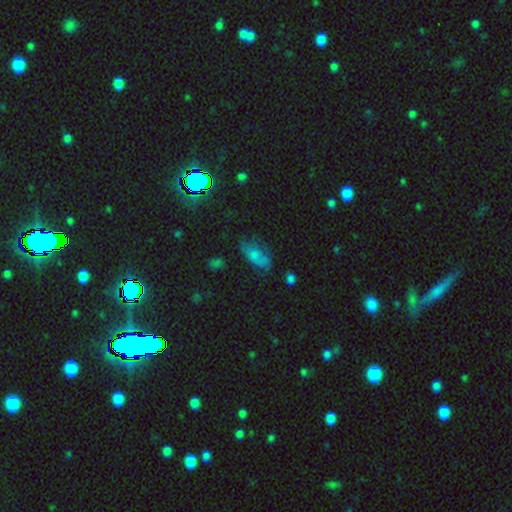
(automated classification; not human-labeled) Smooth or featured? Predicted: smooth (p=0.59). How rounded? Predicted: in between (p=0.86). Merging? Predicted: none (p=0.46).